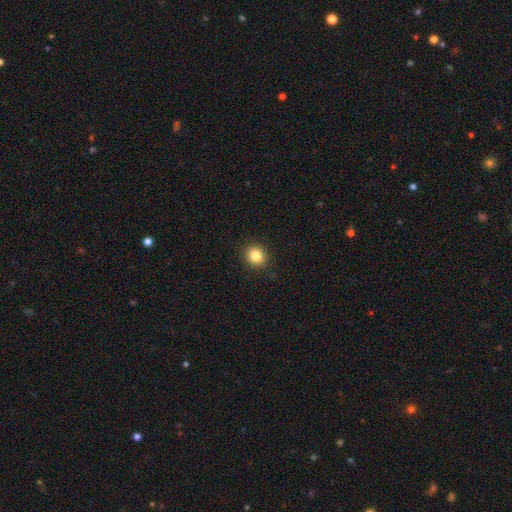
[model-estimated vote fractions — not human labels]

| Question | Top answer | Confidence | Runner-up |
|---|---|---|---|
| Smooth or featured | smooth | 84% | star or artifact (11%) |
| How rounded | round | 81% | in between (18%) |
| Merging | none | 91% | minor disturbance (6%) |